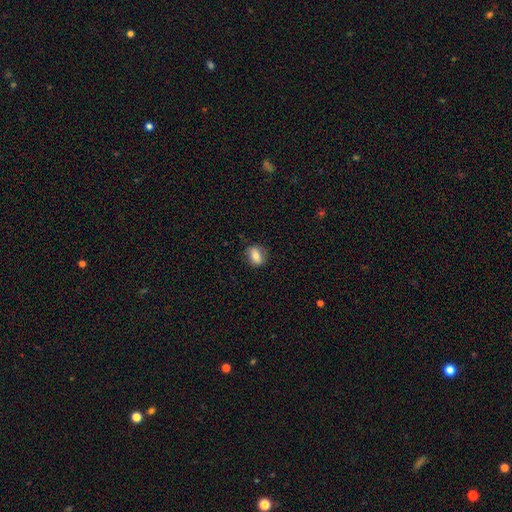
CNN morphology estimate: This appears to be a smooth galaxy with no disk features (73%) that is in between round and cigar-shaped (59%). Merging: none (81%).